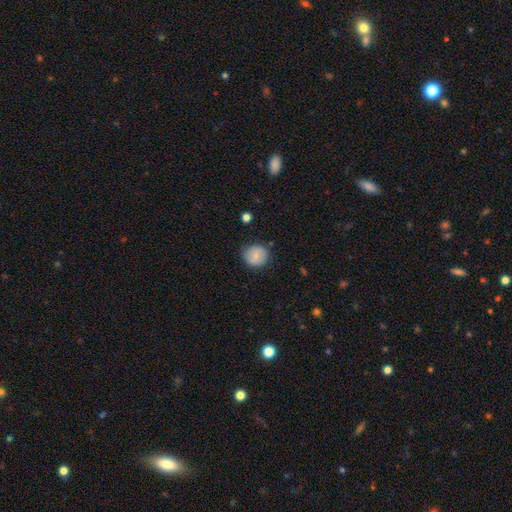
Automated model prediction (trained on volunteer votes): Overall: smooth (73%). How rounded: round (87%). Merging: none (79%).